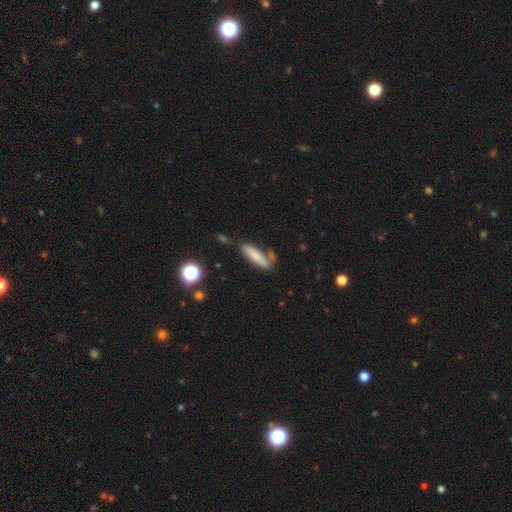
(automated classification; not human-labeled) A smooth galaxy with no disk features (76%) that is cigar-shaped (70%). Merging: none (64%).